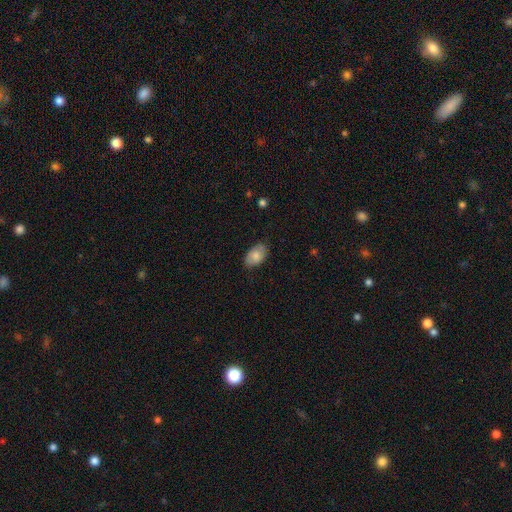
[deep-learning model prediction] Overall: smooth (77%). How rounded: in between (92%). Merging: none (77%).